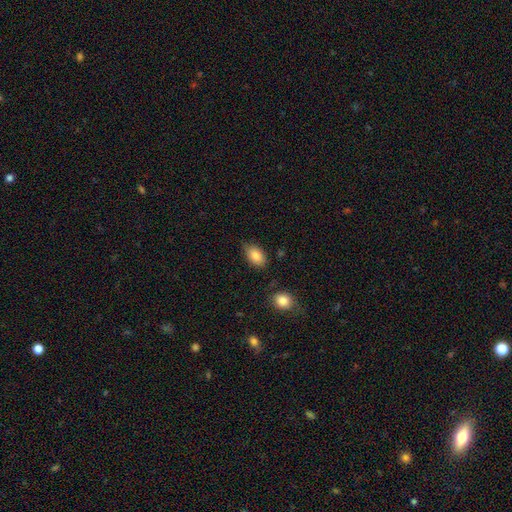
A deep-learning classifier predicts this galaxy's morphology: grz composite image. It shows a smooth galaxy with no disk features (86%) that is in between round and cigar-shaped (89%). Merging: none (75%).